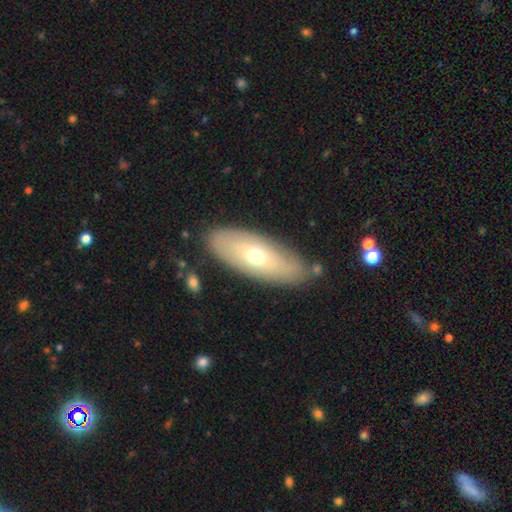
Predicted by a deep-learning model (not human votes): Smooth or featured?
  - smooth: 53% *
  - featured or disk: 41%
  - star or artifact: 6%
How rounded?
  - in between: 78% *
  - cigar-shaped: 19%
  - round: 3%
Merging?
  - none: 79% *
  - minor disturbance: 14%
  - major disturbance: 4%
  - merger: 3%